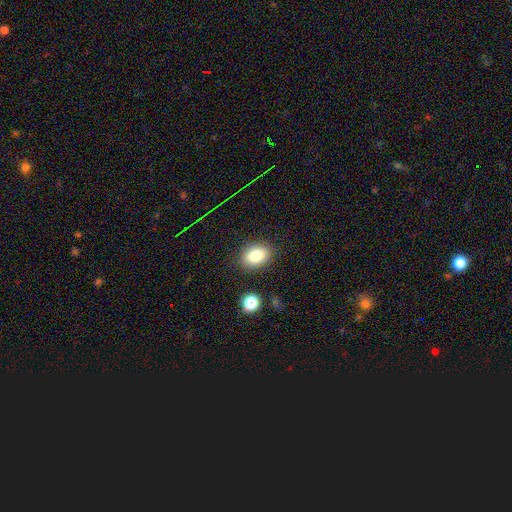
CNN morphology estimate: type=smooth (82%); roundness=in between (71%); merging=none (85%).